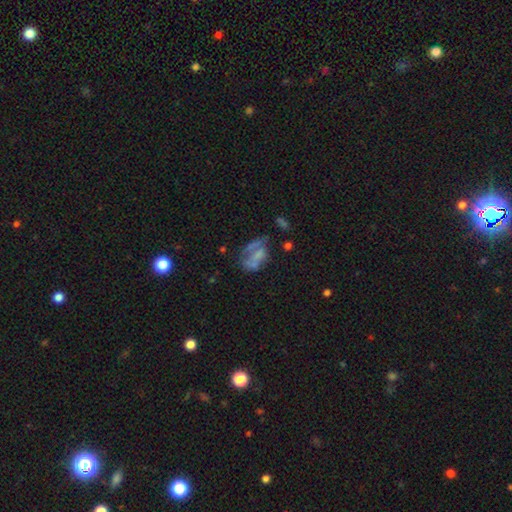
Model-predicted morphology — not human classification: Smooth or featured?
  - featured or disk: 47% *
  - smooth: 37%
  - star or artifact: 16%
Merging?
  - major disturbance: 32% * (tied)
  - none: 32% * (tied)
  - minor disturbance: 22%
  - merger: 15%